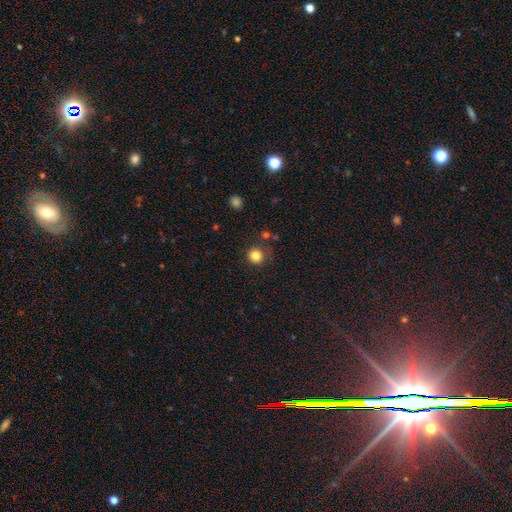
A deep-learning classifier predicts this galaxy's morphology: Q: Smooth or featured?
A: smooth (83%); runner-up: star or artifact (12%)
Q: How rounded?
A: round (91%); runner-up: in between (8%)
Q: Merging?
A: none (81%); runner-up: minor disturbance (11%)